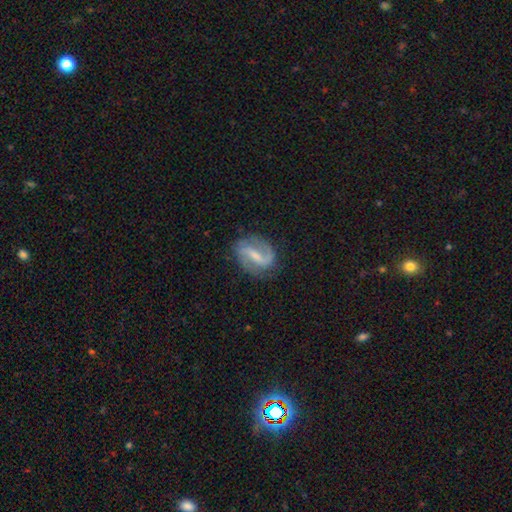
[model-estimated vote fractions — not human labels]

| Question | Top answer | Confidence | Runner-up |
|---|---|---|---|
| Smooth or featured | featured or disk | 81% | smooth (13%) |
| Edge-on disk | no | 97% | yes (3%) |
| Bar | strong | 51% | weak (38%) |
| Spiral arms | yes | 93% | no (7%) |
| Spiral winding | medium | 43% | loose (40%) |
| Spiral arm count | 2 | 86% | 1 (6%) |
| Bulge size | small | 45% | moderate (29%) |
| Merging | none | 76% | minor disturbance (16%) |